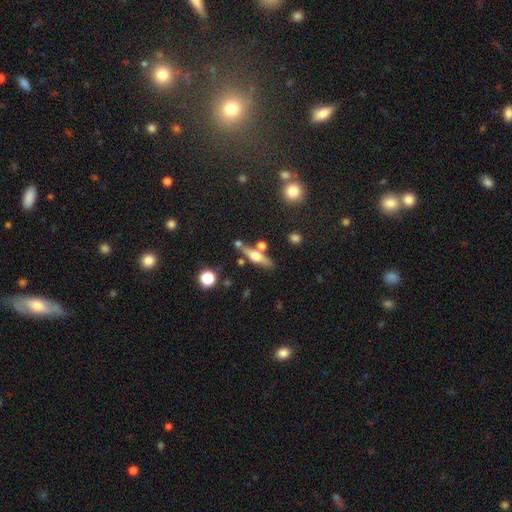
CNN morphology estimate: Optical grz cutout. It shows a featured or disk galaxy (63%) viewed edge-on (93%) with a rounded central bulge (93%). Merging: none (72%).